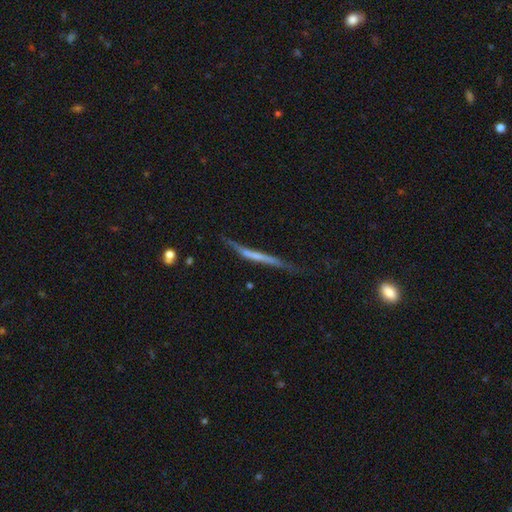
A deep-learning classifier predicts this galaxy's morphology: Smooth or featured? Predicted: featured or disk (p=0.56). Edge-on disk? Predicted: yes (p=0.89). Merging? Predicted: none (p=0.53).